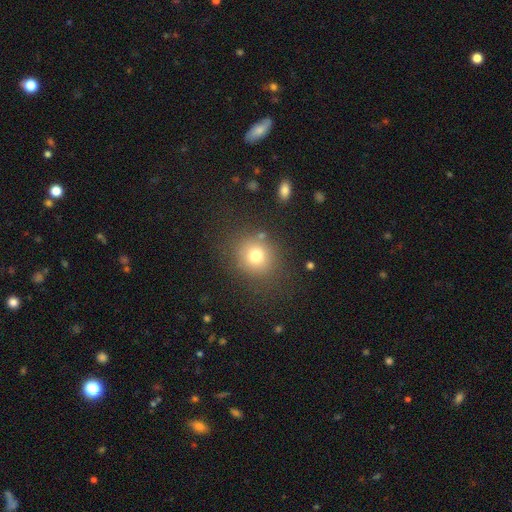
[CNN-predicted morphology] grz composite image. It shows a smooth galaxy with no disk features (74%) that is round (85%). Merging: none (81%).